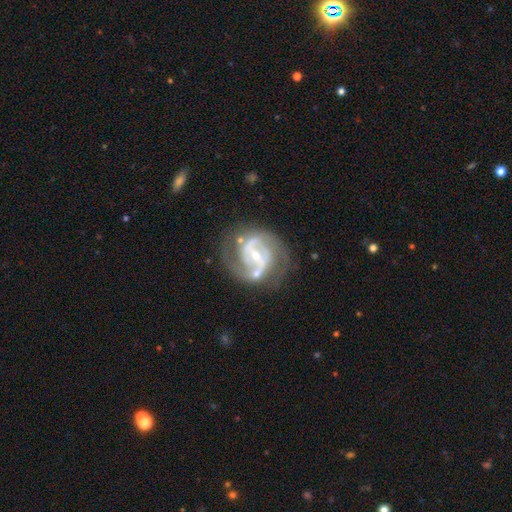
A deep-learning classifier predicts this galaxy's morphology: smooth_or_featured: featured or disk (p=0.90) [alt: smooth p=0.05]
disk_edge_on: no (p=0.98) [alt: yes p=0.02]
bar: strong (p=0.41) [alt: weak p=0.39]
has_spiral_arms: yes (p=0.96) [alt: no p=0.04]
spiral_winding: medium (p=0.54) [alt: tight p=0.33]
spiral_arm_count: 2 (p=0.79) [alt: 3 p=0.09]
bulge_size: small (p=0.59) [alt: moderate p=0.38]
merging: none (p=0.64) [alt: minor disturbance p=0.19]